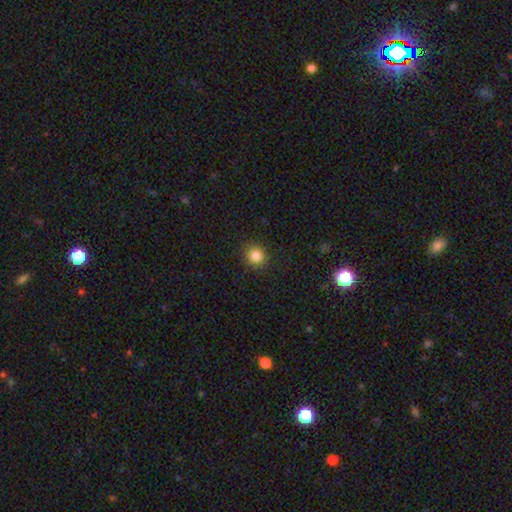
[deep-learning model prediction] The model was most divided on "smooth or featured": smooth: 84%, star or artifact: 11%, featured or disk: 5%. More confident: merging — none (90%); how rounded — round (88%).